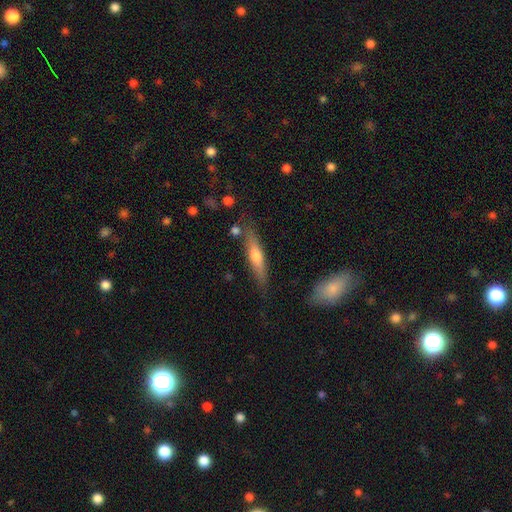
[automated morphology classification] The model was most divided on "smooth or featured": smooth: 48%, featured or disk: 46%, star or artifact: 6%. More confident: merging — none (79%).